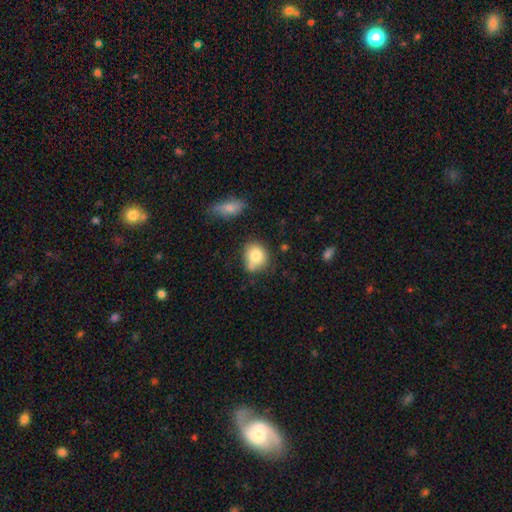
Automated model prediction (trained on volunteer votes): Smooth or featured: smooth — 79% (featured or disk — 12%)
How rounded: round — 63% (in between — 36%)
Merging: none — 55% (minor disturbance — 27%)